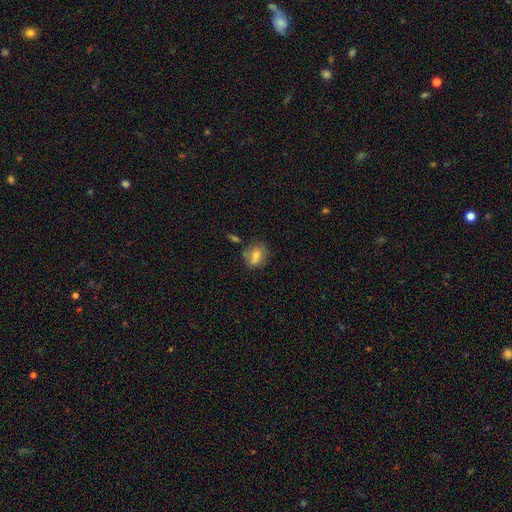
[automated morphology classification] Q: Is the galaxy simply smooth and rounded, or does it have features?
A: smooth — 73%.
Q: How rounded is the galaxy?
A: in between — 50%.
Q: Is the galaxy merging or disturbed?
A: none — 60%.